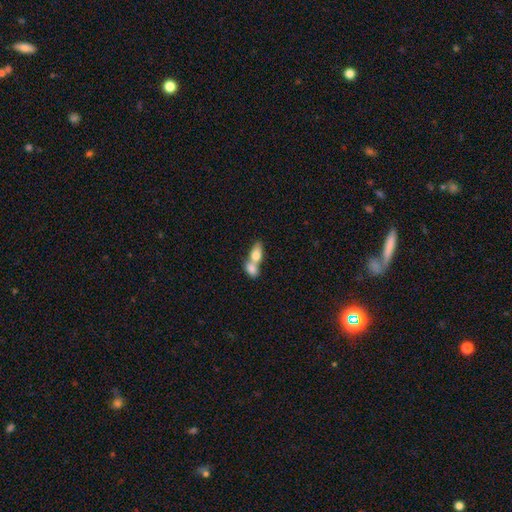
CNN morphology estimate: Q: Smooth or featured?
A: smooth (75%); runner-up: featured or disk (19%)
Q: How rounded?
A: in between (80%); runner-up: round (11%)
Q: Merging?
A: merger (77%); runner-up: none (15%)